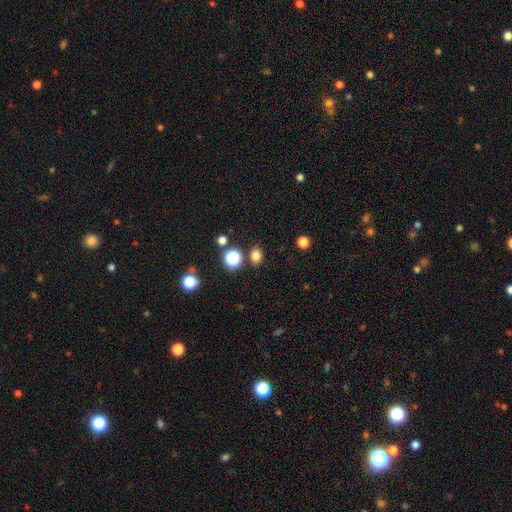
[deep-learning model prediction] Morphology: type=smooth (79%); roundness=round (50%); merging=none (81%).